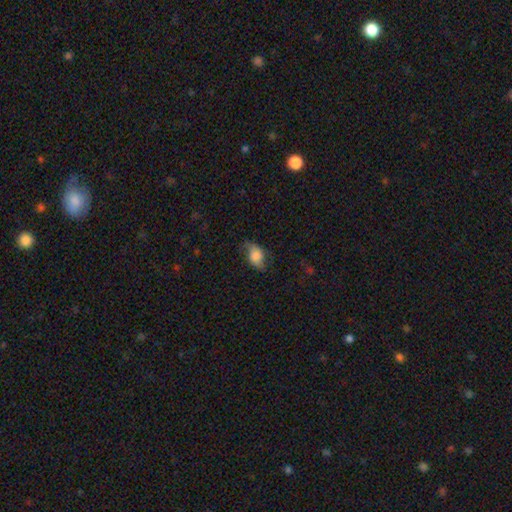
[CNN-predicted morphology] A smooth galaxy with no disk features (64%) that is in between round and cigar-shaped (83%). Merging: none (60%).